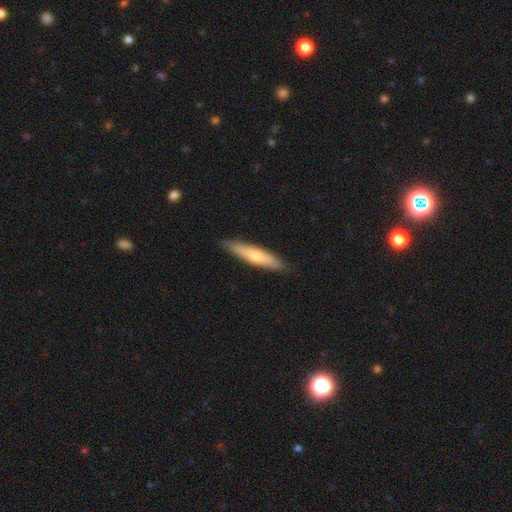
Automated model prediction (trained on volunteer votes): Smooth or featured? Predicted: smooth (p=0.59). How rounded? Predicted: cigar-shaped (p=0.84). Merging? Predicted: none (p=0.86).